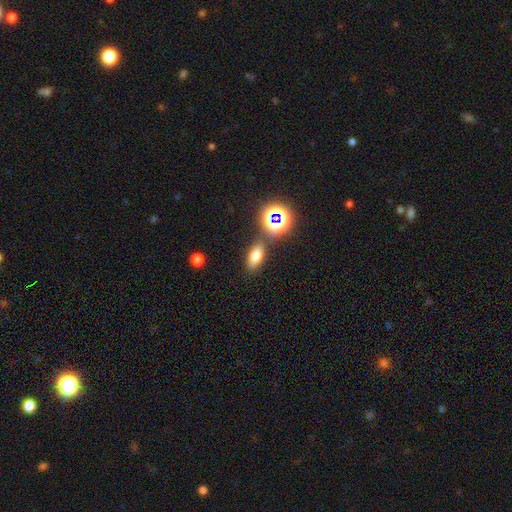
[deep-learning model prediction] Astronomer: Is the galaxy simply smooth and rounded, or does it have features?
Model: smooth — 68%.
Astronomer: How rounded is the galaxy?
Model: in between — 73%.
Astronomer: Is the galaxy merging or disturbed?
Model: none — 78%.